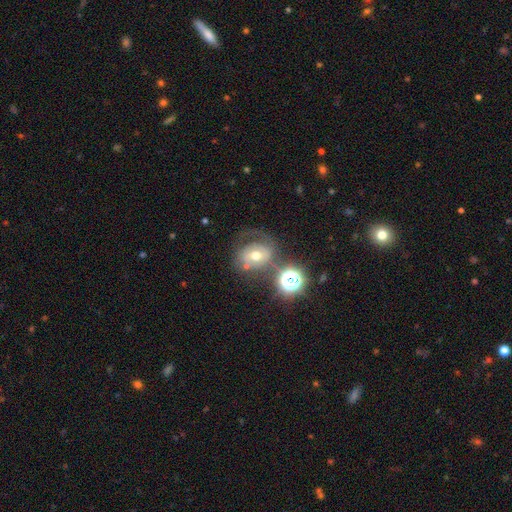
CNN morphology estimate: A featured or disk galaxy (45%).

Vote fractions:
- Smooth or featured? featured or disk: 45% / smooth: 39% / star or artifact: 16%
- Merging? none: 43% / major disturbance: 24% / minor disturbance: 20% / merger: 14%